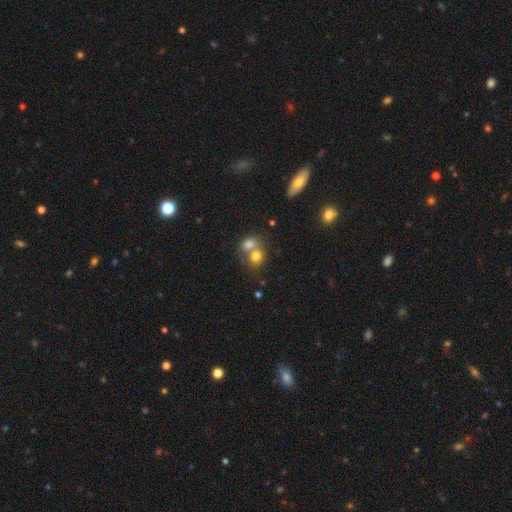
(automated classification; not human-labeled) A smooth galaxy with no disk features (75%) that is round (61%).

Vote fractions:
- Smooth or featured? smooth: 75% / featured or disk: 14% / star or artifact: 11%
- How rounded? round: 61% / in between: 38% / cigar-shaped: 1%
- Merging? merger: 60% / none: 30% / minor disturbance: 7% / major disturbance: 3%